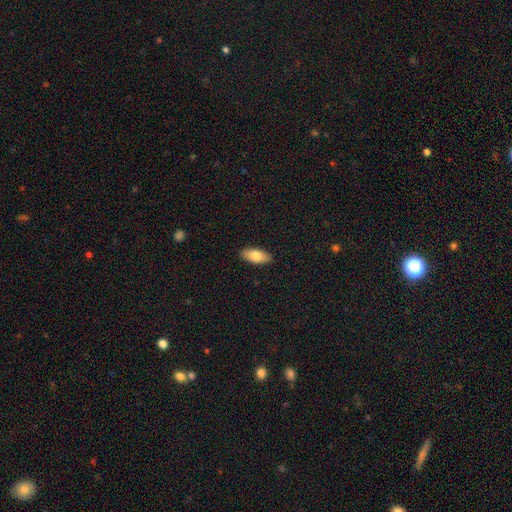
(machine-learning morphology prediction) Smooth or featured: smooth — 78% (featured or disk — 16%)
How rounded: in between — 87% (cigar-shaped — 10%)
Merging: none — 90% (minor disturbance — 8%)